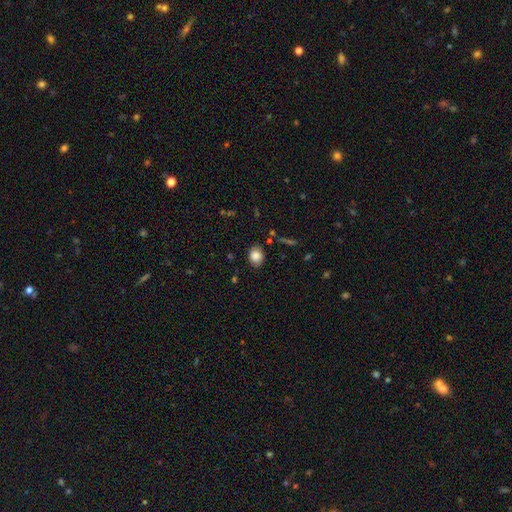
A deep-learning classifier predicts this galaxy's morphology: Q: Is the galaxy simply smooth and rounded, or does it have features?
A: smooth — 86%.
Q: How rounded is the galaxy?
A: round — 53%.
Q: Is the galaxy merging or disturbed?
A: none — 84%.